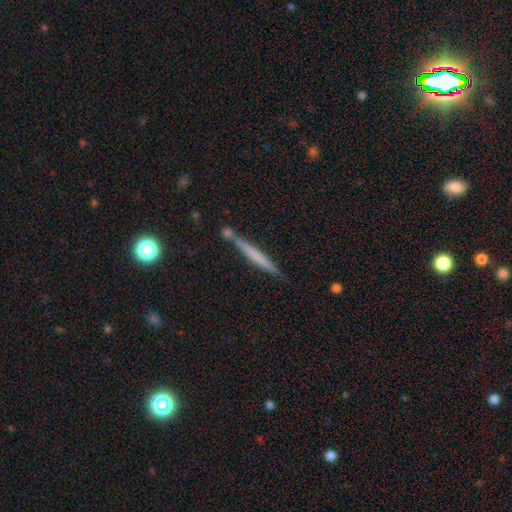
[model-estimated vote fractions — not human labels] Morphology: type=smooth (54%); roundness=cigar-shaped (96%); merging=none (79%).